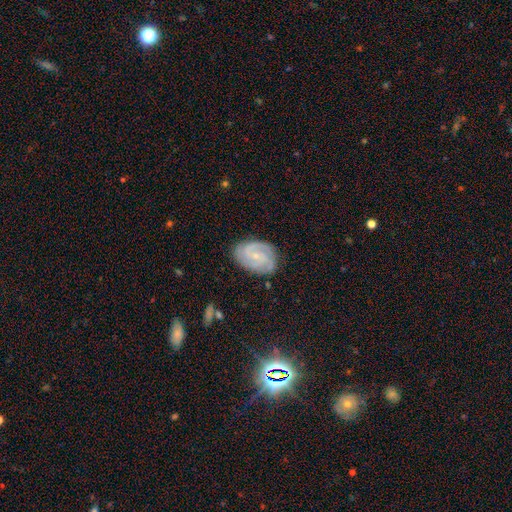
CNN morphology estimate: smooth-or-featured: featured or disk: 80% | smooth: 14% | star or artifact: 6%
  disk-edge-on: no: 97% | yes: 3%
    bar: no: 51% | weak: 41% | strong: 8%
    has-spiral-arms: yes: 96% | no: 4%
      spiral-winding: tight: 52% | medium: 39% | loose: 9%
      spiral-arm-count: 2: 48% | 3: 26% | can't tell: 15% | 4: 5% | 1: 4% | more than 4: 3%
    bulge-size: small: 75% | moderate: 17% | none: 6% | large: 1% | dominant: 1%
  merging: none: 79% | minor disturbance: 16% | major disturbance: 4% | merger: 1%